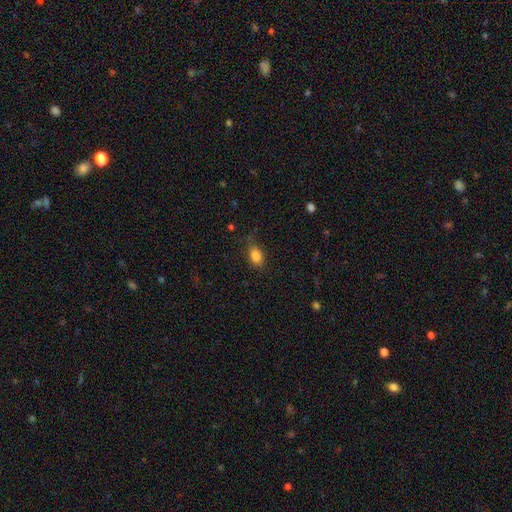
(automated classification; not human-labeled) Smooth or featured?
  - smooth: 84% *
  - star or artifact: 10%
  - featured or disk: 6%
How rounded?
  - in between: 81% *
  - round: 16%
  - cigar-shaped: 2%
Merging?
  - none: 75% *
  - minor disturbance: 19%
  - major disturbance: 5%
  - merger: 1%